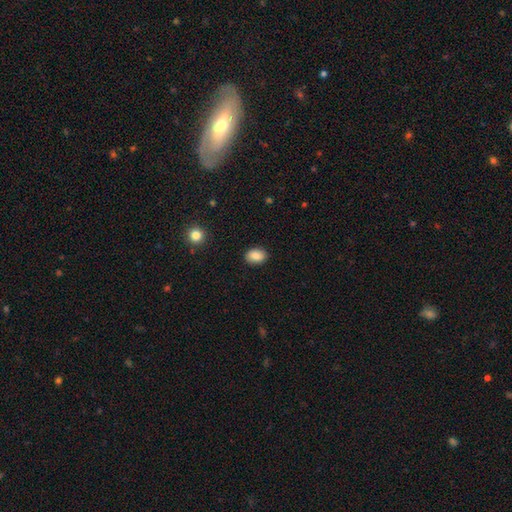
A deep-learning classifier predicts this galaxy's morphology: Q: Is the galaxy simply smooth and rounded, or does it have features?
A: smooth — 87%.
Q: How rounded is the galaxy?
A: in between — 76%.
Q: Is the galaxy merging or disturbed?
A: none — 89%.